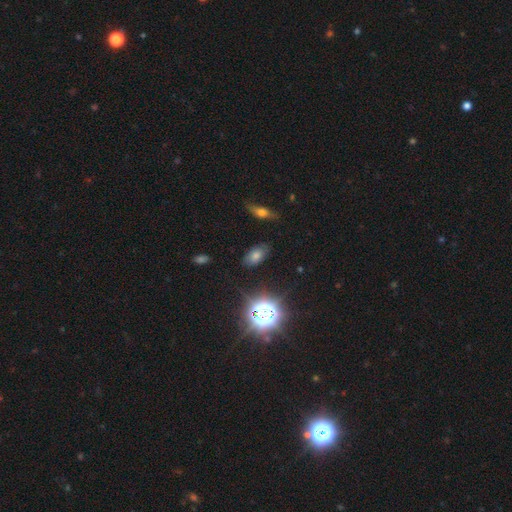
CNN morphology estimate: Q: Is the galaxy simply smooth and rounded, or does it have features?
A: smooth — 52%.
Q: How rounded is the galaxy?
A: in between — 83%.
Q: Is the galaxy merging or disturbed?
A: none — 84%.